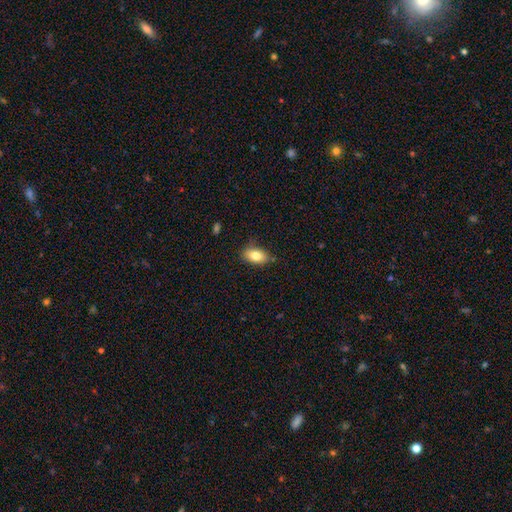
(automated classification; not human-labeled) The model was most divided on "merging": none: 77%, minor disturbance: 18%, major disturbance: 3%, merger: 2%. More confident: how rounded — in between (88%); smooth or featured — smooth (81%).